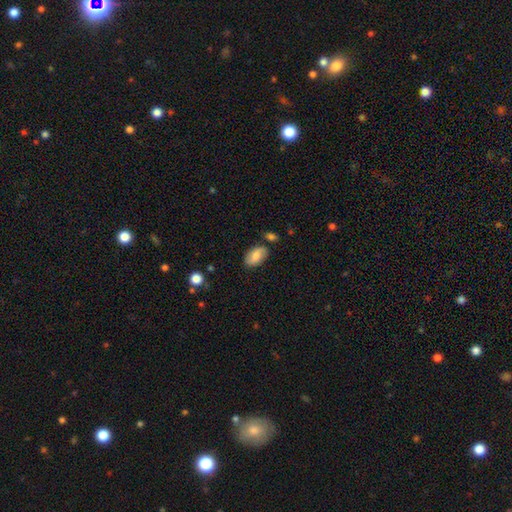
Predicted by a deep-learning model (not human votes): This appears to be a smooth galaxy with no disk features (74%) that is in between round and cigar-shaped (93%). Merging: none (76%).